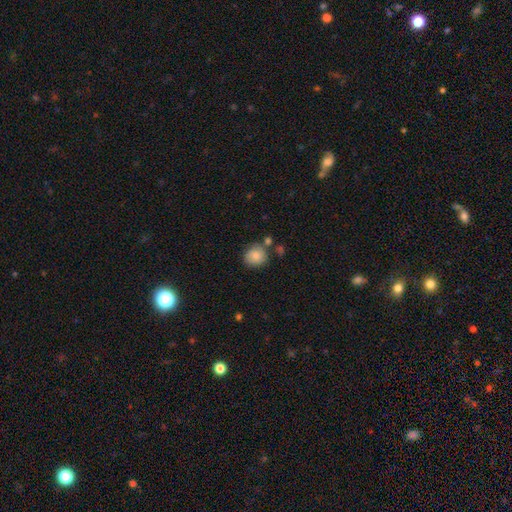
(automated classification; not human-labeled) Morphology: type=smooth (81%); roundness=round (87%); merging=none (73%).